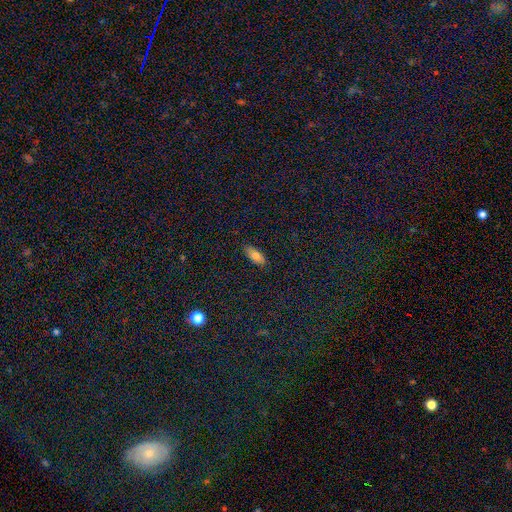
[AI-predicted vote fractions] Smooth or featured?
  - smooth: 78% *
  - featured or disk: 14%
  - star or artifact: 8%
How rounded?
  - in between: 78% *
  - cigar-shaped: 20%
  - round: 2%
Merging?
  - none: 87% *
  - minor disturbance: 10%
  - major disturbance: 2%
  - merger: 1%